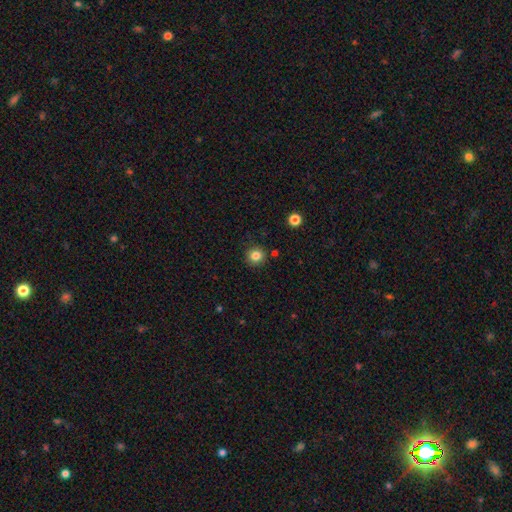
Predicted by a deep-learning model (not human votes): Morphology: type=smooth (83%); roundness=round (92%); merging=none (89%).